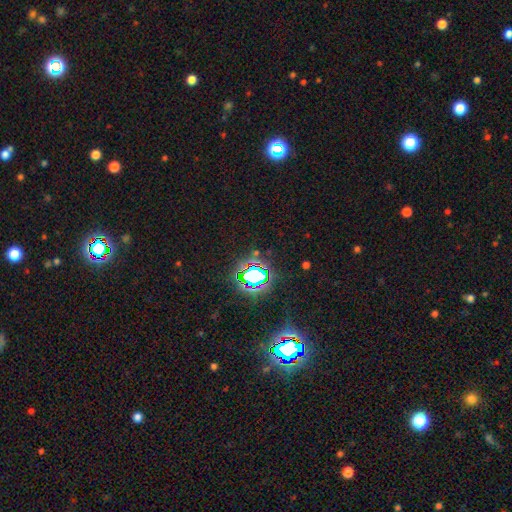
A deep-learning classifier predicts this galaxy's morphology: The model was most divided on "smooth or featured": star or artifact: 77%, smooth: 15%, featured or disk: 8%.